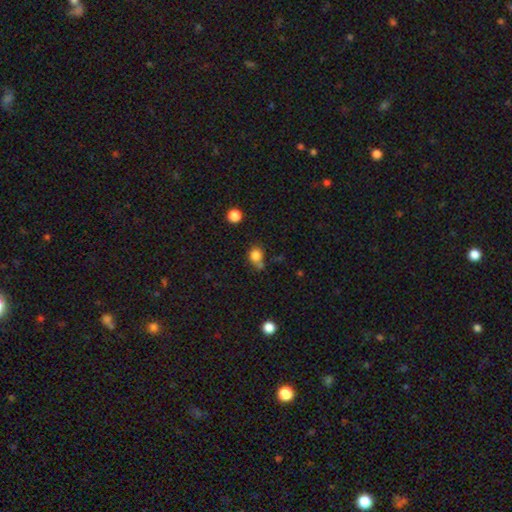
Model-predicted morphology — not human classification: The model was most divided on "merging": none: 58%, merger: 22%, minor disturbance: 15%, major disturbance: 5%. More confident: smooth or featured — smooth (82%); how rounded — round (77%).